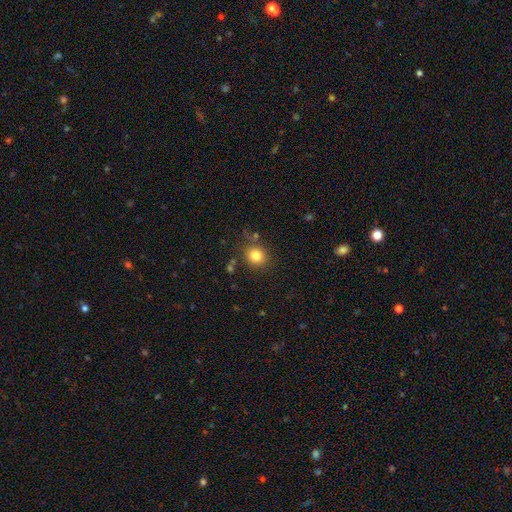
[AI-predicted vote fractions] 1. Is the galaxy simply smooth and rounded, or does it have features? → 81% smooth, 12% star or artifact, 7% featured or disk.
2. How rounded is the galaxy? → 81% round, 18% in between, 1% cigar-shaped.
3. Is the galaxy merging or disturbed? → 81% none, 11% minor disturbance, 4% merger, 4% major disturbance.